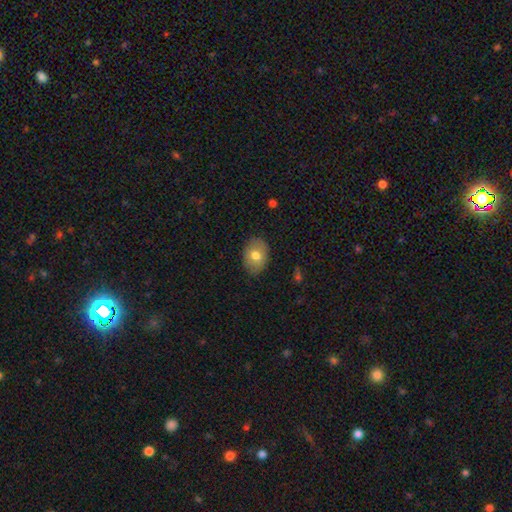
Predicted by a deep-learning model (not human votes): Q: Smooth or featured?
A: smooth (73%); runner-up: featured or disk (20%)
Q: How rounded?
A: in between (75%); runner-up: round (24%)
Q: Merging?
A: none (83%); runner-up: minor disturbance (13%)